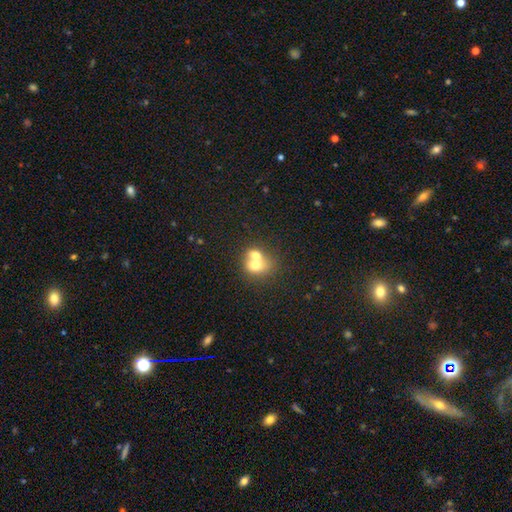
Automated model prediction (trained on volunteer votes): This appears to be a smooth galaxy with no disk features (68%) that is round (54%). Merging: merger (69%).